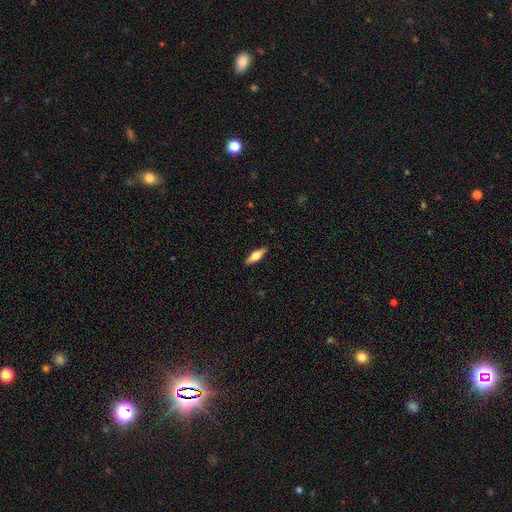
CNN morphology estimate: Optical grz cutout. It shows a featured or disk galaxy (50%). Merging: none (89%).